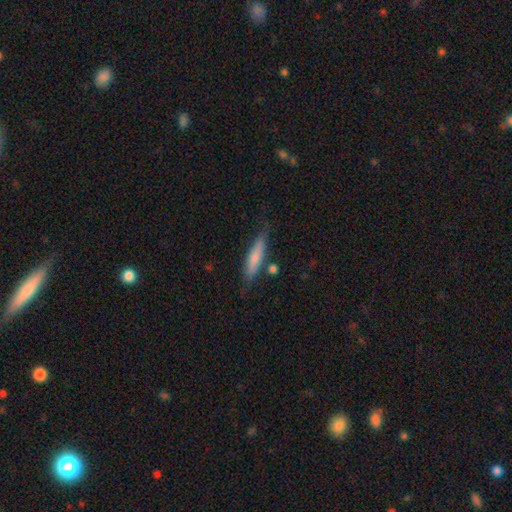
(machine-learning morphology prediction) Smooth or featured: smooth — 70% (featured or disk — 24%)
How rounded: cigar-shaped — 83% (in between — 15%)
Merging: none — 72% (minor disturbance — 18%)